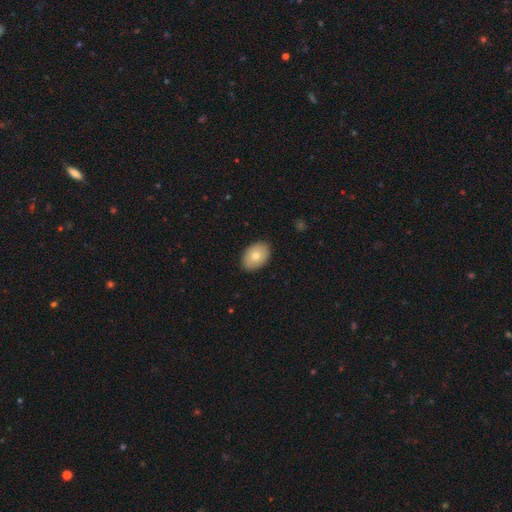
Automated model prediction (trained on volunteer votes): Overall: smooth (76%). How rounded: in between (82%). Merging: none (89%).